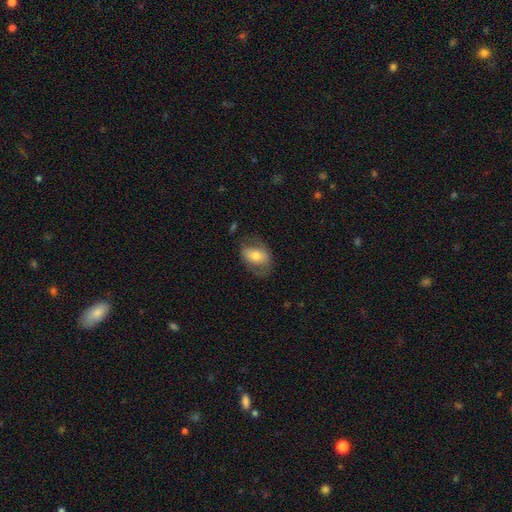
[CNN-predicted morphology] The model was most divided on "smooth or featured": smooth: 55%, featured or disk: 38%, star or artifact: 7%. More confident: how rounded — in between (80%); merging — none (63%).